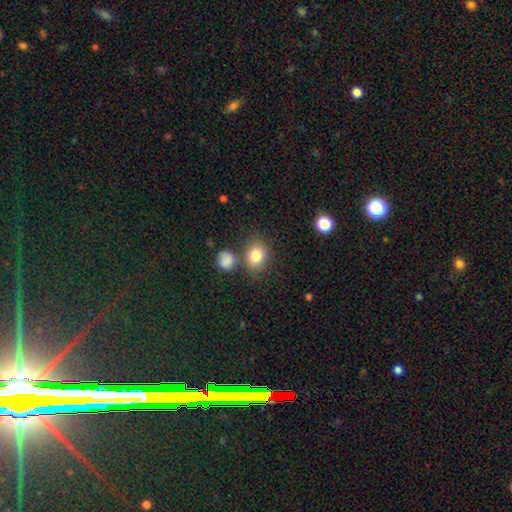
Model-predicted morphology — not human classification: Smooth or featured? smooth (83%)
How rounded? in between (54%)
Merging? none (69%)